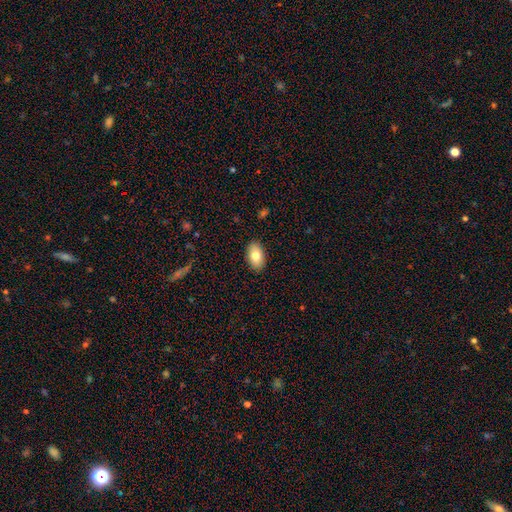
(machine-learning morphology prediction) smooth 79%, featured or disk 14%, star or artifact 7%. Down the decision tree: how rounded — in between (93%); merging — none (89%).